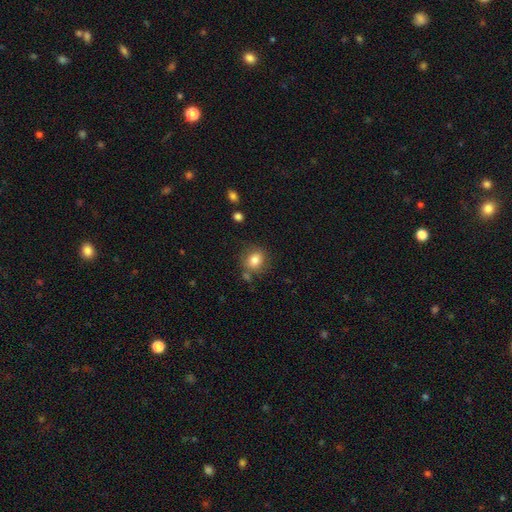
Smooth or featured? 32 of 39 (82%) said smooth. How rounded? 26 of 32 (81%) said round. Merging? 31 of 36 (86%) said none.